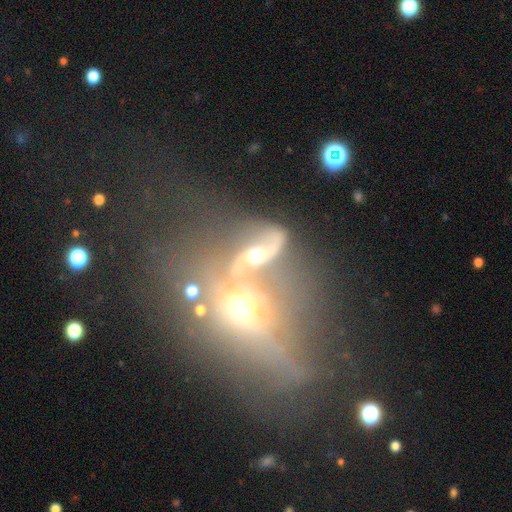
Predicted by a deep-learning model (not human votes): featured or disk 60%, smooth 25%, star or artifact 15%. Down the decision tree: edge-on disk — no (88%); bar — no (63%); spiral arms — yes (59%); bulge size — moderate (55%); merging — merger (64%).